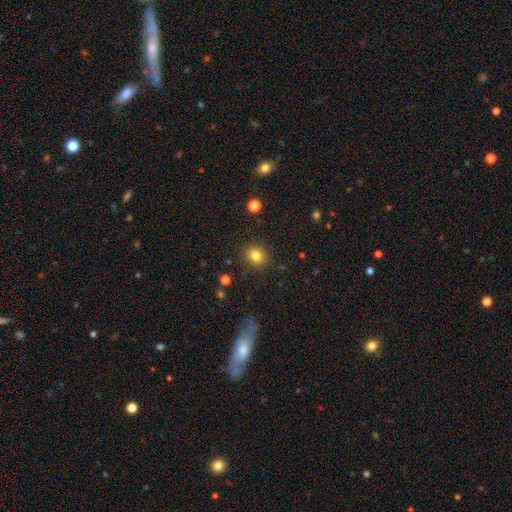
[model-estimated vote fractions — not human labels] smooth-or-featured: smooth: 82% | star or artifact: 12% | featured or disk: 7%
  how-rounded: round: 75% | in between: 24% | cigar-shaped: 1%
  merging: none: 88% | minor disturbance: 8% | major disturbance: 3% | merger: 1%